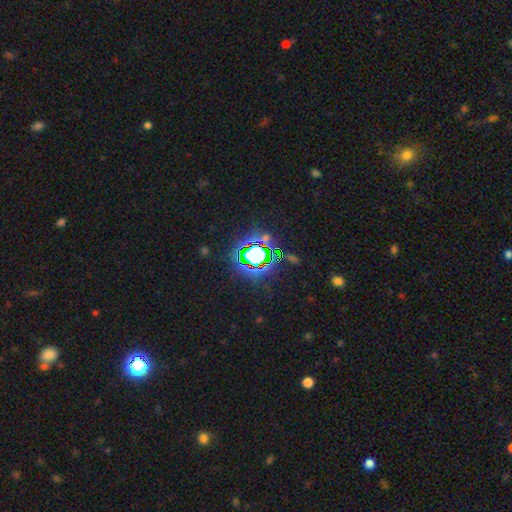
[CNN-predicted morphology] Overall: star or artifact (72%).